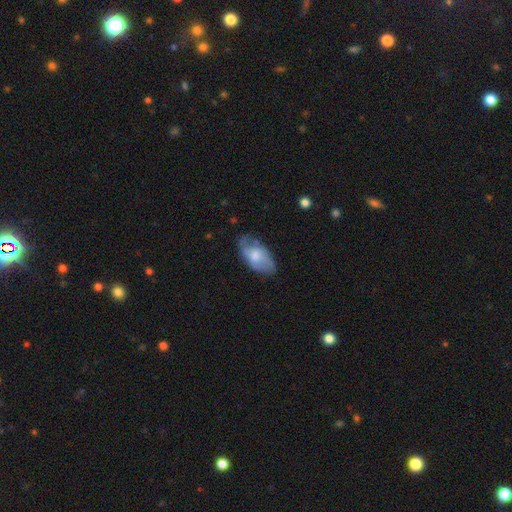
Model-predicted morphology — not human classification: A smooth galaxy with no disk features (50%) that is in between round and cigar-shaped (92%).

Vote fractions:
- Smooth or featured? smooth: 50% / featured or disk: 43% / star or artifact: 6%
- How rounded? in between: 92% / round: 5% / cigar-shaped: 3%
- Merging? none: 55% / minor disturbance: 31% / major disturbance: 13% / merger: 2%